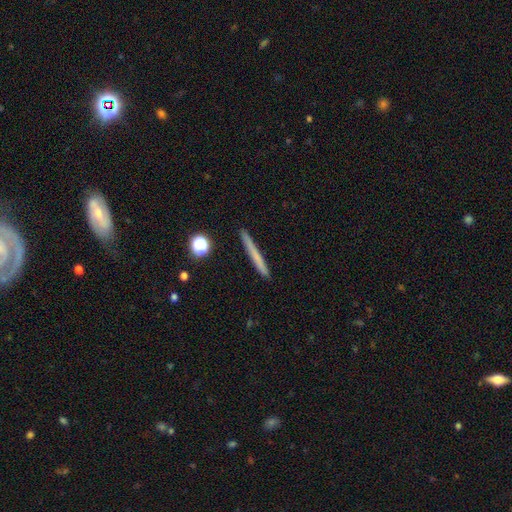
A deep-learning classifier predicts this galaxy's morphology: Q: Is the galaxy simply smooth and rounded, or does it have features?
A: smooth — 63%.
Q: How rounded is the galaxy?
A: cigar-shaped — 96%.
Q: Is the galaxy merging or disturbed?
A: none — 92%.